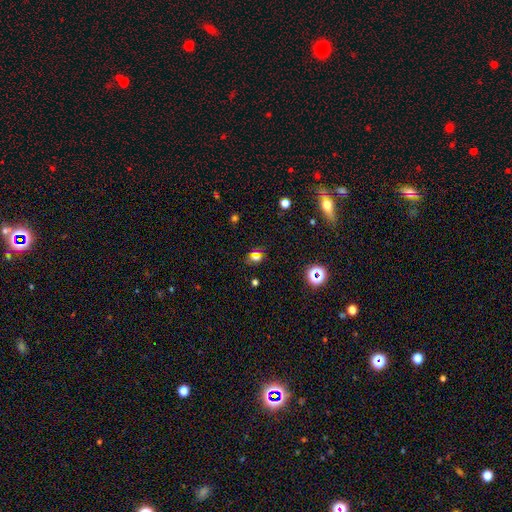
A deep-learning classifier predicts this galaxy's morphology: Smooth or featured?
  - smooth: 46% *
  - star or artifact: 42%
  - featured or disk: 12%
Merging?
  - none: 82% *
  - minor disturbance: 10%
  - major disturbance: 4%
  - merger: 4%